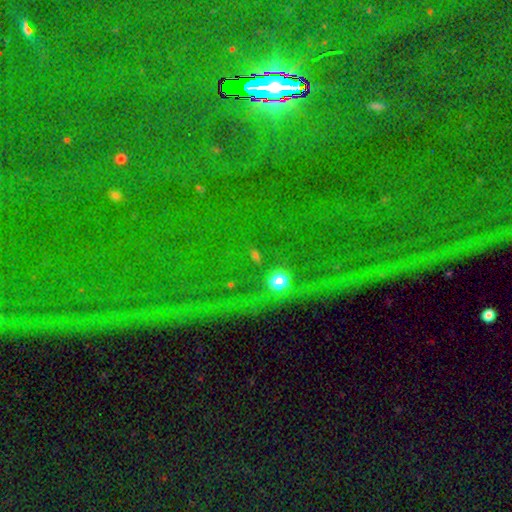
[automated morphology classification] Overall: star or artifact (50%; smooth 39%).